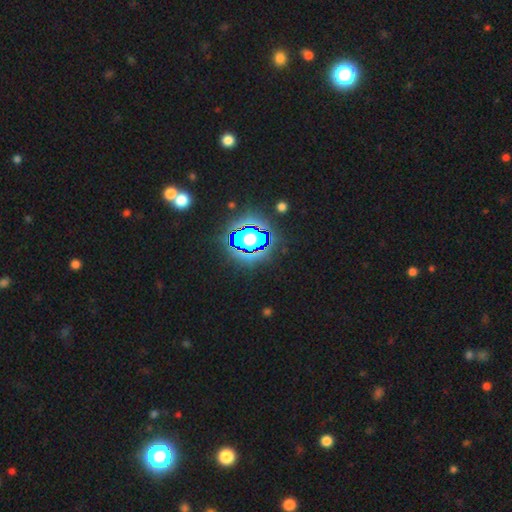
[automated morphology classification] type=star or artifact (84%).